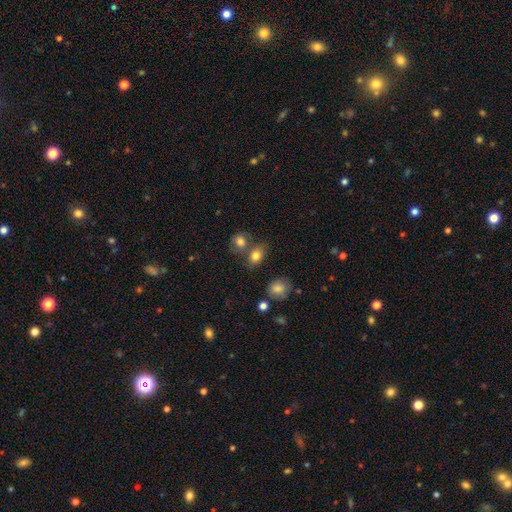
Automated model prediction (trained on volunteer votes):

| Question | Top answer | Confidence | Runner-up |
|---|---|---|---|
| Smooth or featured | smooth | 80% | star or artifact (11%) |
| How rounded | in between | 61% | round (38%) |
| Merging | none | 55% | merger (27%) |